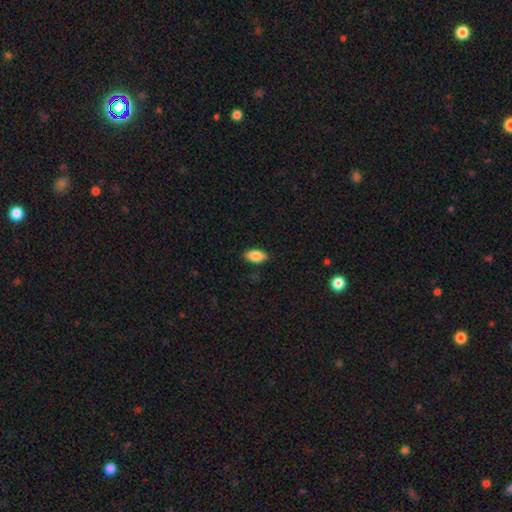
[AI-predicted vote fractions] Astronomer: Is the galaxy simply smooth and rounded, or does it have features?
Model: smooth — 85%.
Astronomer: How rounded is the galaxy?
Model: in between — 90%.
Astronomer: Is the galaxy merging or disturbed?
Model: none — 86%.